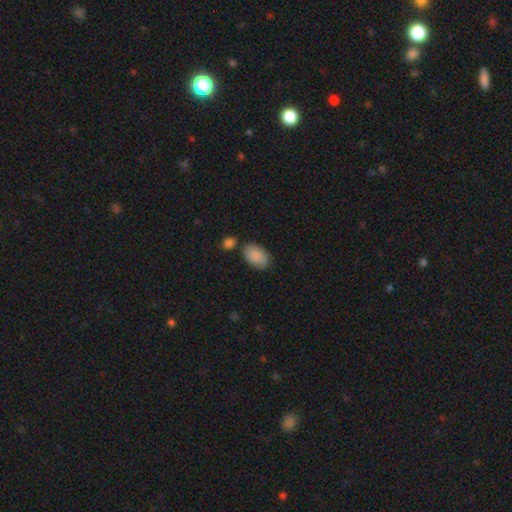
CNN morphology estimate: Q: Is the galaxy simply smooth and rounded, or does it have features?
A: smooth — 86%.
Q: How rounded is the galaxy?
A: in between — 90%.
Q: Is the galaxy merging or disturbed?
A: none — 68%.